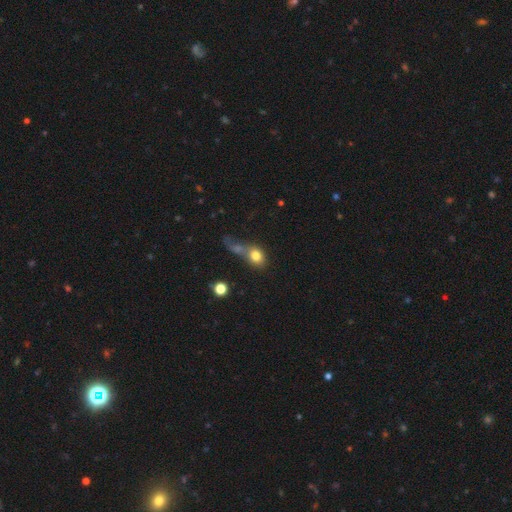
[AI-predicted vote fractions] smooth 76%, featured or disk 13%, star or artifact 11%. Down the decision tree: how rounded — round (49%); merging — merger (45%).